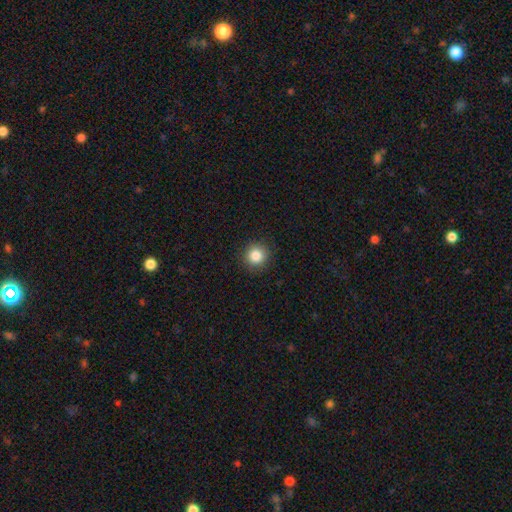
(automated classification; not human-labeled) Smooth or featured? smooth (85%)
How rounded? round (94%)
Merging? none (91%)